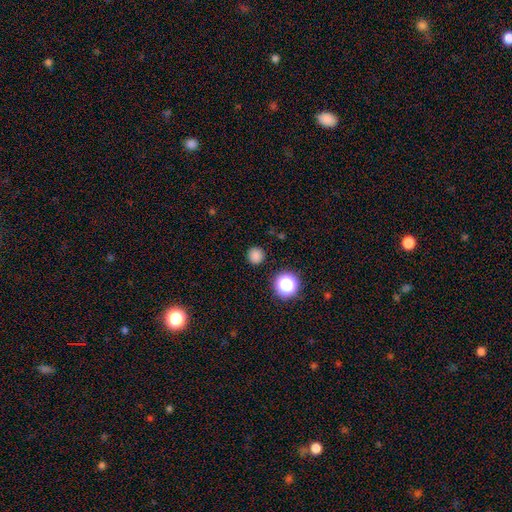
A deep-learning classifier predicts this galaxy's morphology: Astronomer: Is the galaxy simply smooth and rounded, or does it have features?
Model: smooth — 81%.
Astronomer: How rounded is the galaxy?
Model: round — 95%.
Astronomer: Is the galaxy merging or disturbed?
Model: none — 91%.